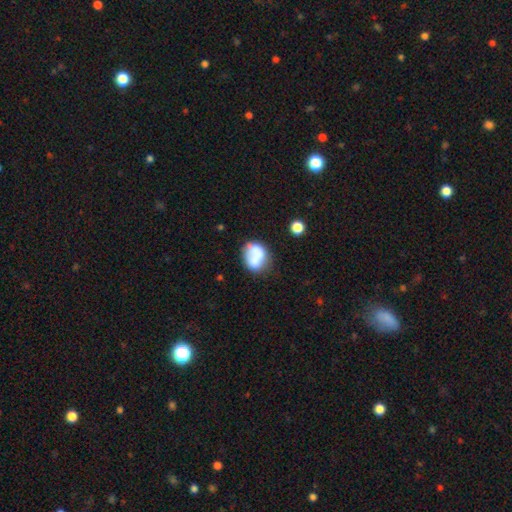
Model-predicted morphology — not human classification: smooth 76%, featured or disk 15%, star or artifact 9%. Down the decision tree: how rounded — in between (59%); merging — none (48%).